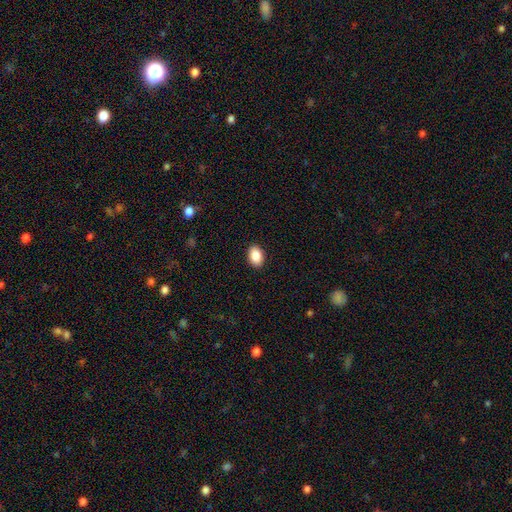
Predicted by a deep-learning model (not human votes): Smooth or featured? smooth (88%)
How rounded? in between (84%)
Merging? none (90%)